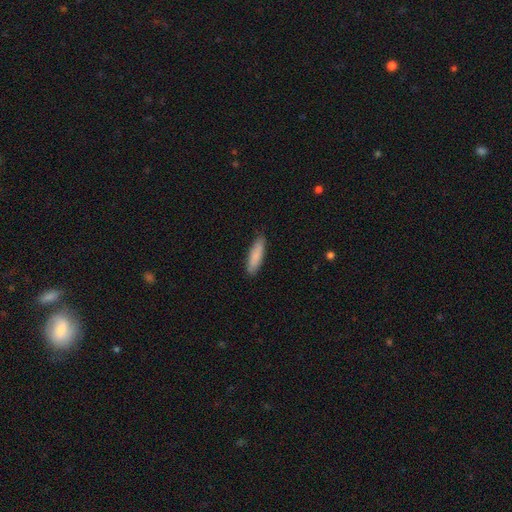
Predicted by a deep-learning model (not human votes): The model was most divided on "how rounded": cigar-shaped: 67%, in between: 32%, round: 1%. More confident: merging — none (87%); smooth or featured — smooth (85%).